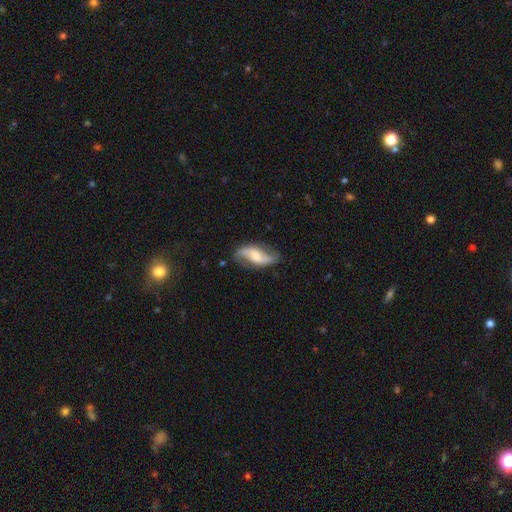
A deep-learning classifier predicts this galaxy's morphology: Overall: featured or disk (77%). Edge-on disk: no (94%). Bar: weak (43%; no 33%). Spiral arms: yes (94%). Spiral arm count: 2 (91%). Spiral winding: loose (68%). Bulge size: moderate (41%; small 34%). Merging: none (72%).